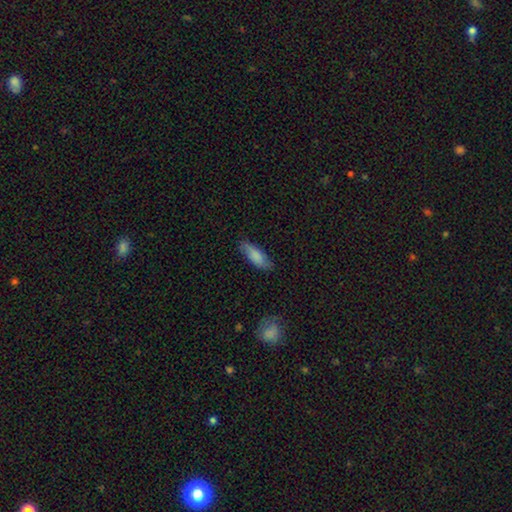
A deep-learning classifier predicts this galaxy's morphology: The model was most divided on "how rounded": in between: 63%, cigar-shaped: 35%, round: 2%. More confident: smooth or featured — smooth (81%); merging — none (79%).